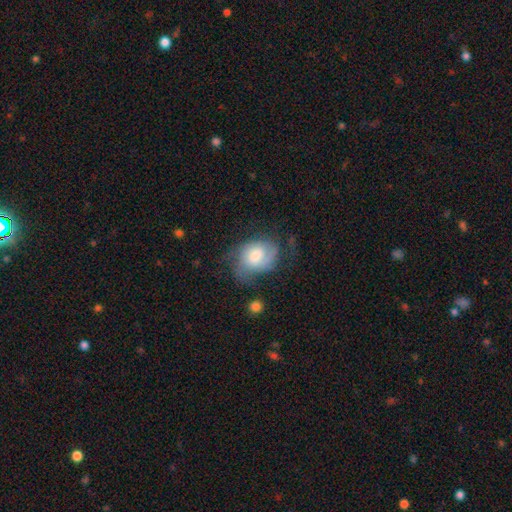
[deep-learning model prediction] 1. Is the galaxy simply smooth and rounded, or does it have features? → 48% featured or disk, 45% smooth, 8% star or artifact.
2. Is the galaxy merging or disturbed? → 45% none, 31% minor disturbance, 21% major disturbance, 3% merger.